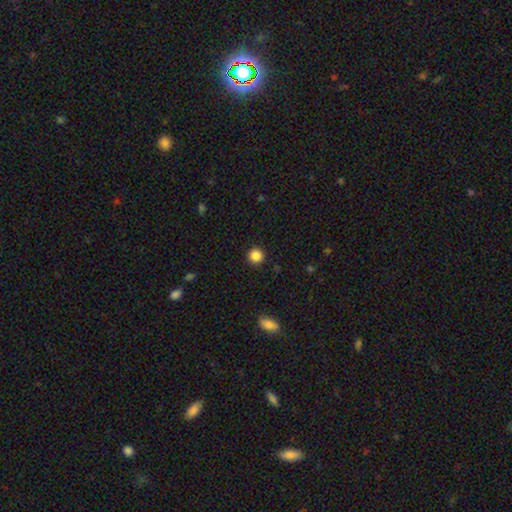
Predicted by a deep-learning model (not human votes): This appears to be a smooth galaxy with no disk features (86%) that is round (95%). Merging: none (93%).